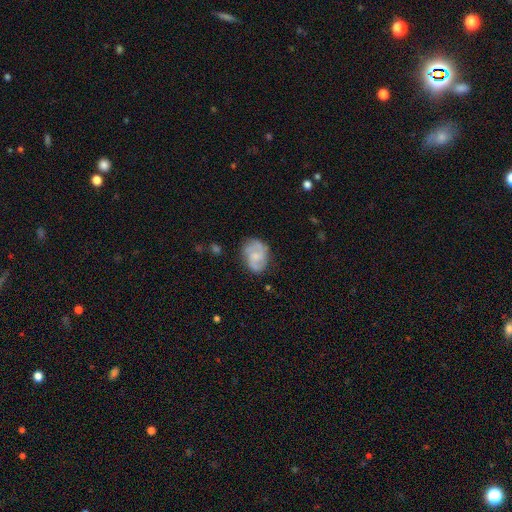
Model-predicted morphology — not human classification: Q: Smooth or featured?
A: featured or disk (65%); runner-up: smooth (28%)
Q: Edge-on disk?
A: no (98%); runner-up: yes (2%)
Q: Bar?
A: no (57%); runner-up: weak (38%)
Q: Spiral arms?
A: yes (91%); runner-up: no (9%)
Q: Spiral winding?
A: medium (50%); runner-up: tight (28%)
Q: Spiral arm count?
A: 2 (77%); runner-up: can't tell (11%)
Q: Bulge size?
A: small (36%); runner-up: moderate (31%)
Q: Merging?
A: none (70%); runner-up: minor disturbance (20%)